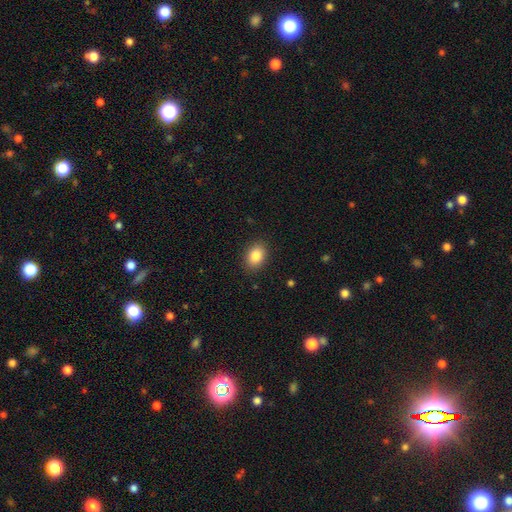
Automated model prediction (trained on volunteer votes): smooth 86%, star or artifact 9%, featured or disk 6%. Down the decision tree: how rounded — in between (71%); merging — none (87%).